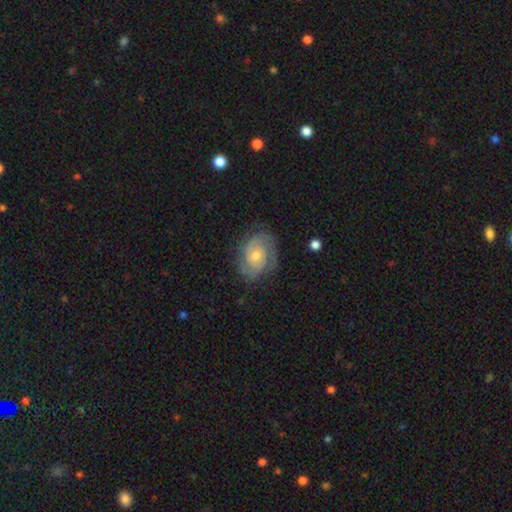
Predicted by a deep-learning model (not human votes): Morphology: type=featured or disk (81%); edge-on=no (97%); bar=no (72%); spiral arms=yes (94%); winding=tight (58%); arm count=2 (58%); bulge=moderate (55%); merging=none (74%).